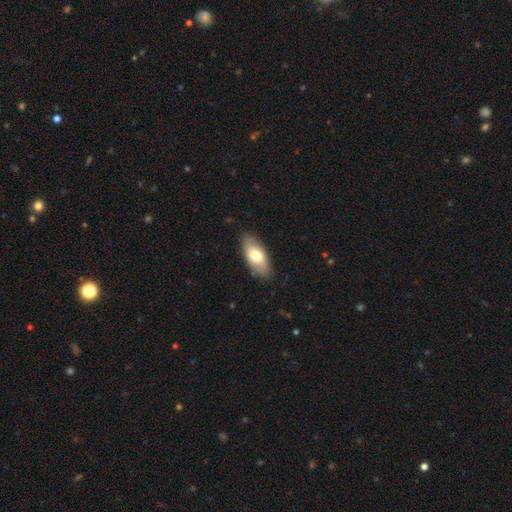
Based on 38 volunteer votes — Q: Smooth or featured?
A: smooth (66%); runner-up: featured or disk (29%)
Q: How rounded?
A: in between (92%); runner-up: round (4%)
Q: Merging?
A: none (92%); runner-up: minor disturbance (6%)